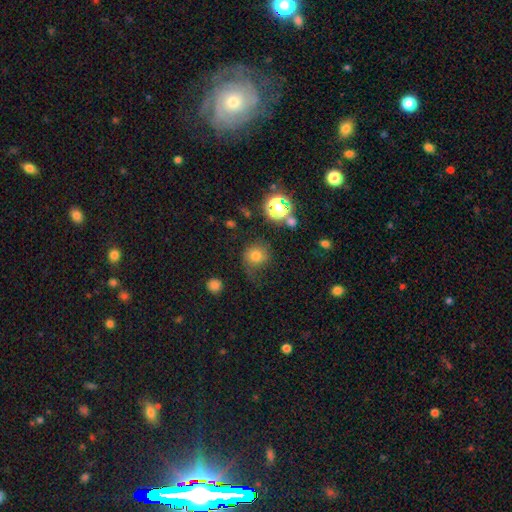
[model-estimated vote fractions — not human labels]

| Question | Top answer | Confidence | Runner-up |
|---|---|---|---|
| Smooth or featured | smooth | 70% | star or artifact (17%) |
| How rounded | round | 87% | in between (12%) |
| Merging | none | 56% | minor disturbance (22%) |